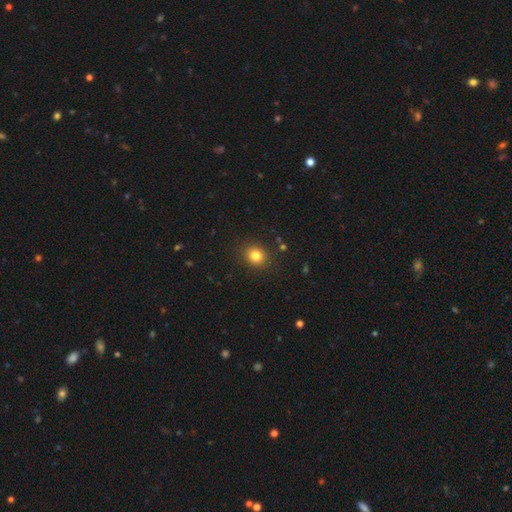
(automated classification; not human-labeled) Smooth or featured? Predicted: smooth (p=0.81). How rounded? Predicted: round (p=0.73). Merging? Predicted: none (p=0.89).